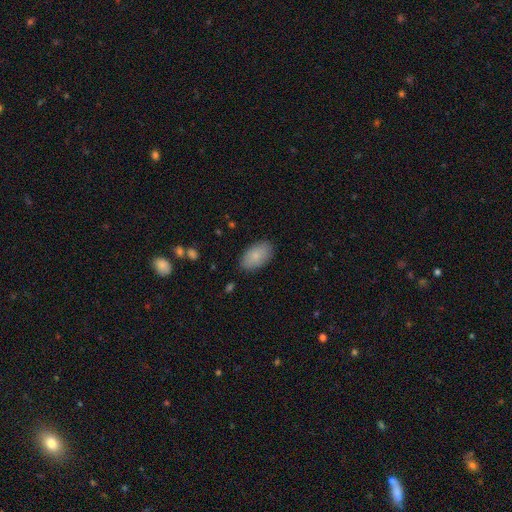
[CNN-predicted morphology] This is clearly a smooth galaxy (84%). How rounded: clearly in between (94%). Merging: clearly none (86%).